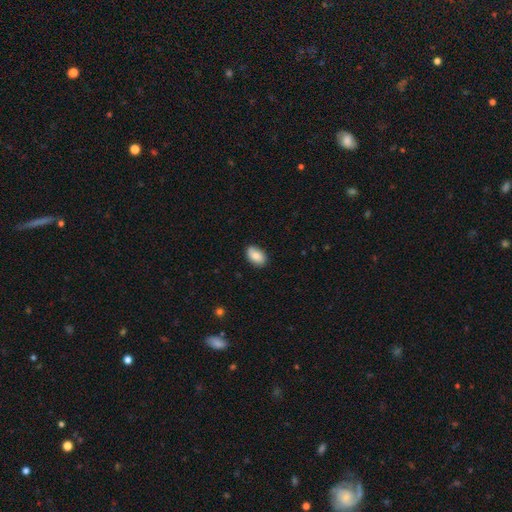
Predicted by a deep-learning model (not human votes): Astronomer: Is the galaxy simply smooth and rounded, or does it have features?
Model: smooth — 84%.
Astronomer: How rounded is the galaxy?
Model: in between — 91%.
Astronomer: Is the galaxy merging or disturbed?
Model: none — 85%.